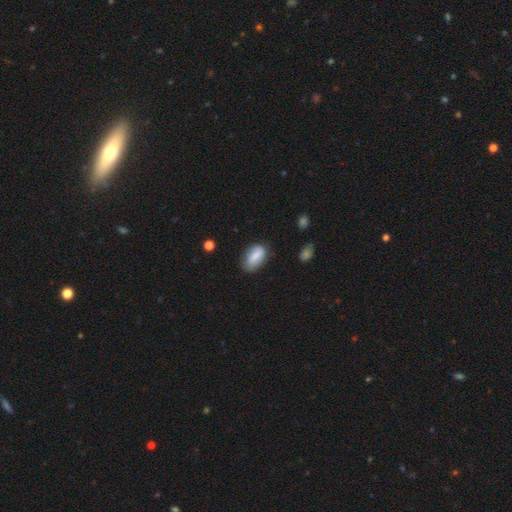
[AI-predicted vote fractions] The model was most divided on "merging": none: 69%, minor disturbance: 23%, major disturbance: 6%, merger: 2%. More confident: how rounded — in between (91%); smooth or featured — smooth (76%).